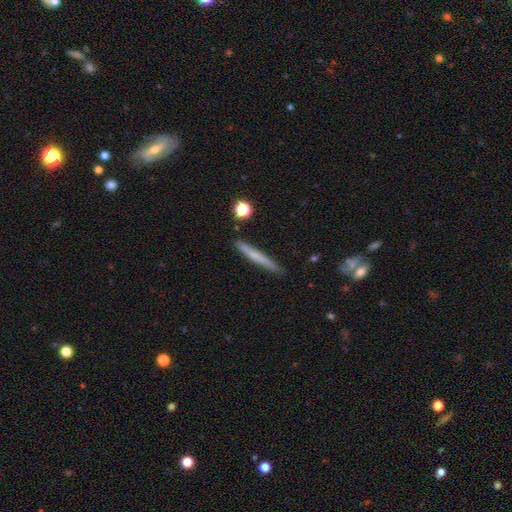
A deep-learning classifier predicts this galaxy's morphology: This appears to be a smooth galaxy with no disk features (56%) that is cigar-shaped (96%). Merging: none (88%).